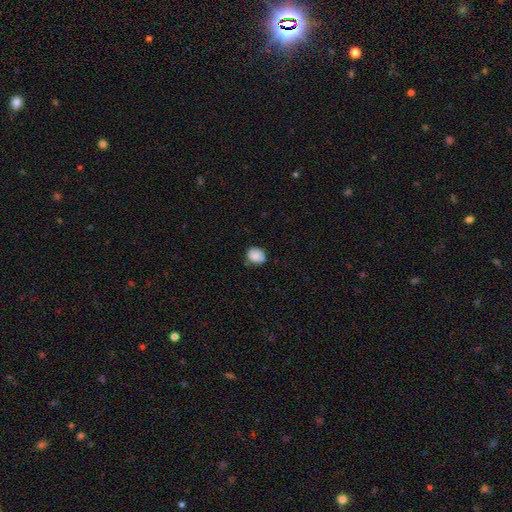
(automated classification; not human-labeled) Smooth or featured: smooth — 83% (star or artifact — 8%)
How rounded: round — 66% (in between — 33%)
Merging: none — 71% (minor disturbance — 22%)